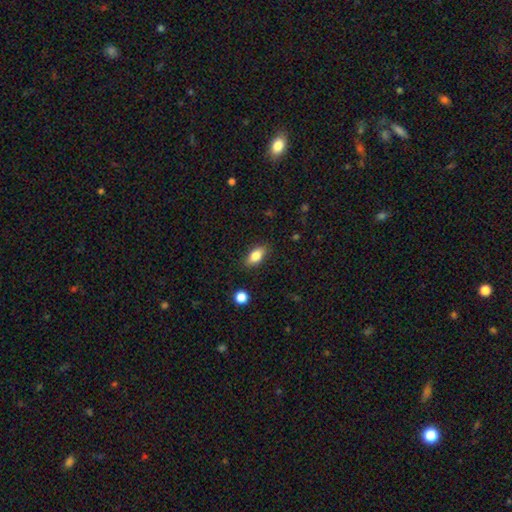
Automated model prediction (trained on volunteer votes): Q: Smooth or featured?
A: smooth (81%); runner-up: featured or disk (11%)
Q: How rounded?
A: in between (85%); runner-up: cigar-shaped (9%)
Q: Merging?
A: none (86%); runner-up: minor disturbance (11%)